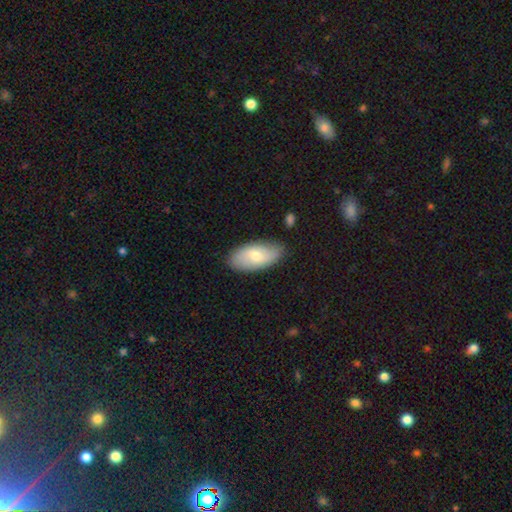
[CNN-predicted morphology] This appears to be a smooth galaxy with no disk features (61%) that is in between round and cigar-shaped (92%). Merging: none (80%).